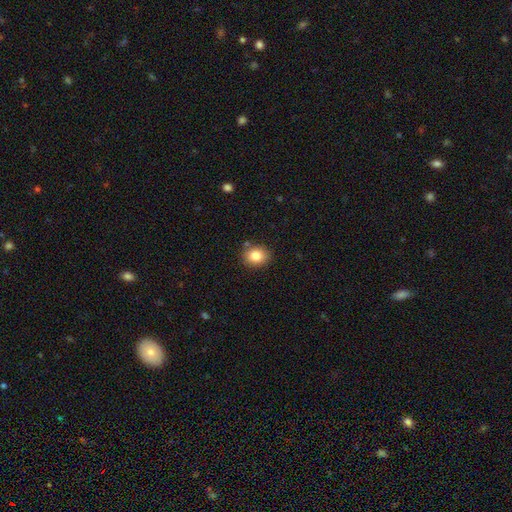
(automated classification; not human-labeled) This is clearly a smooth galaxy (82%). How rounded: likely round (66%). Merging: clearly none (84%).